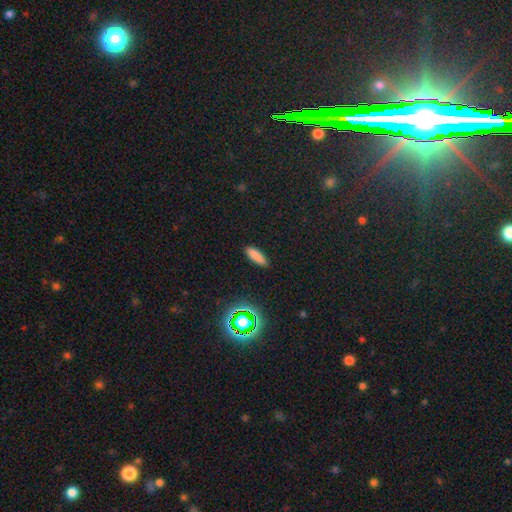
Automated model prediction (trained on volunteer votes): A smooth galaxy with no disk features (80%) that is cigar-shaped (51%).

Vote fractions:
- Smooth or featured? smooth: 80% / star or artifact: 14% / featured or disk: 5%
- How rounded? cigar-shaped: 51% / in between: 47% / round: 2%
- Merging? none: 90% / minor disturbance: 7% / major disturbance: 2% / merger: 1%